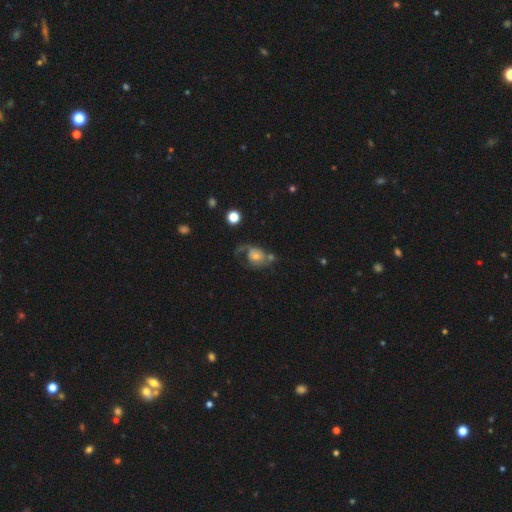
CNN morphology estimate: featured or disk 57%, smooth 34%, star or artifact 10%. Down the decision tree: edge-on disk — no (97%); bar — no (76%); spiral arms — yes (77%); bulge size — moderate (43%); merging — major disturbance (36%).